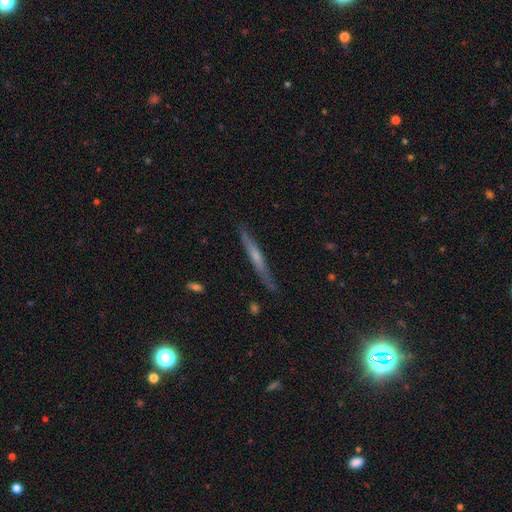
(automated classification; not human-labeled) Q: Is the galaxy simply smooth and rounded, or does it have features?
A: featured or disk — 59%.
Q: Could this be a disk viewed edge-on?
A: yes — 95%.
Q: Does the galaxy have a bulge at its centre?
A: none — 49%.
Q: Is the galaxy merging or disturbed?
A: none — 85%.